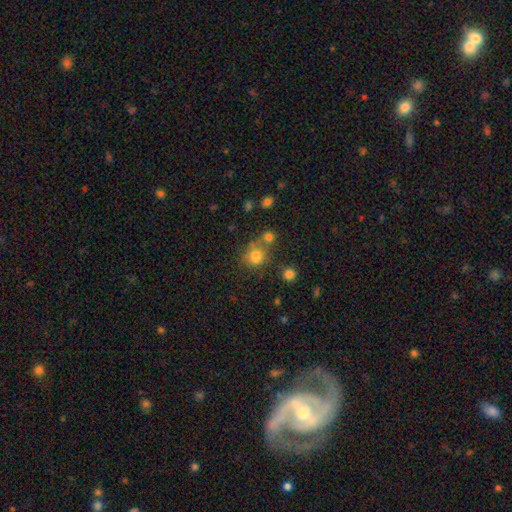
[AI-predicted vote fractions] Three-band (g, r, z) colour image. It shows a smooth galaxy with no disk features (75%) that is round (81%). Merging: none (54%).